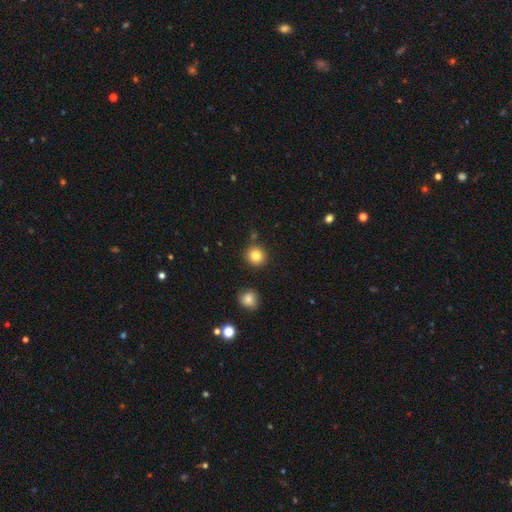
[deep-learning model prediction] smooth_or_featured: smooth (p=0.83) [alt: star or artifact p=0.11]
how_rounded: round (p=0.93) [alt: in between p=0.06]
merging: none (p=0.87) [alt: minor disturbance p=0.07]